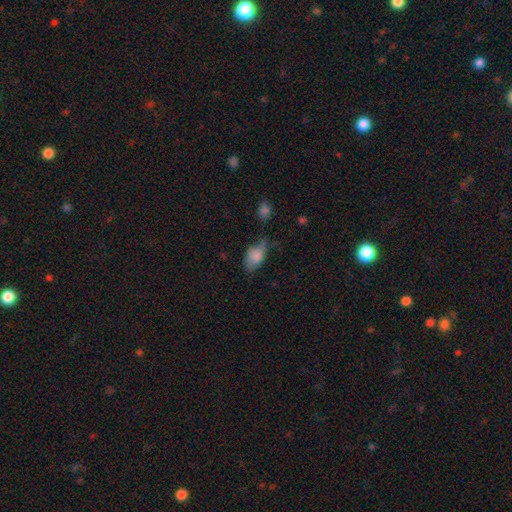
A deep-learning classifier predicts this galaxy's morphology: Smooth or featured: smooth — 77% (featured or disk — 14%)
How rounded: in between — 90% (round — 8%)
Merging: minor disturbance — 38% (none — 37%)